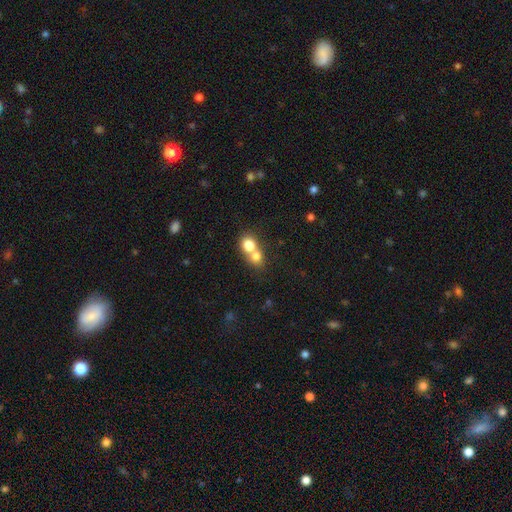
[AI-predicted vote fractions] smooth-or-featured: smooth: 76% | featured or disk: 15% | star or artifact: 10%
  how-rounded: round: 74% | in between: 25% | cigar-shaped: 1%
  merging: merger: 71% | none: 23% | minor disturbance: 4% | major disturbance: 2%